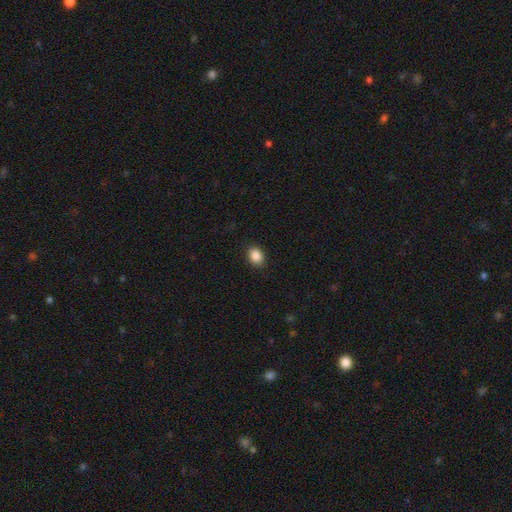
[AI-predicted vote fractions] Morphology: type=smooth (88%); roundness=in between (58%); merging=none (90%).